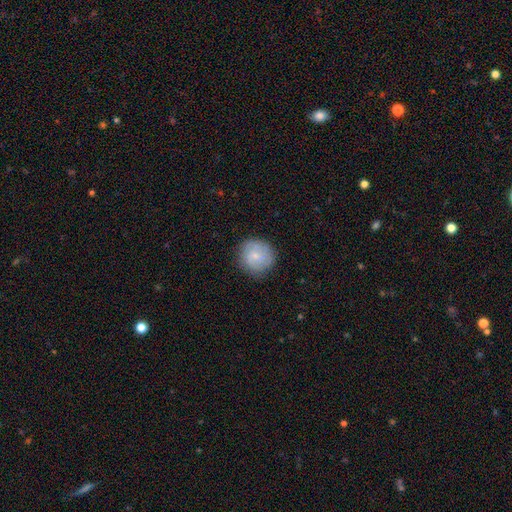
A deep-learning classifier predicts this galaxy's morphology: Smooth or featured: smooth — 54% (featured or disk — 39%)
How rounded: round — 92% (in between — 7%)
Merging: none — 84% (minor disturbance — 12%)